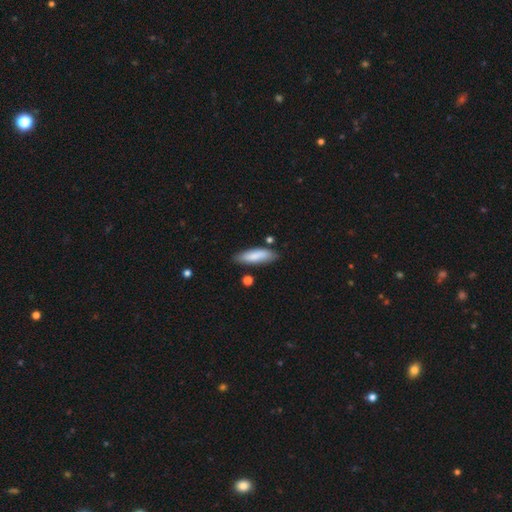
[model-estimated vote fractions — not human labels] smooth_or_featured: smooth (p=0.83) [alt: featured or disk p=0.11]
how_rounded: cigar-shaped (p=0.55) [alt: in between p=0.44]
merging: none (p=0.80) [alt: minor disturbance p=0.14]